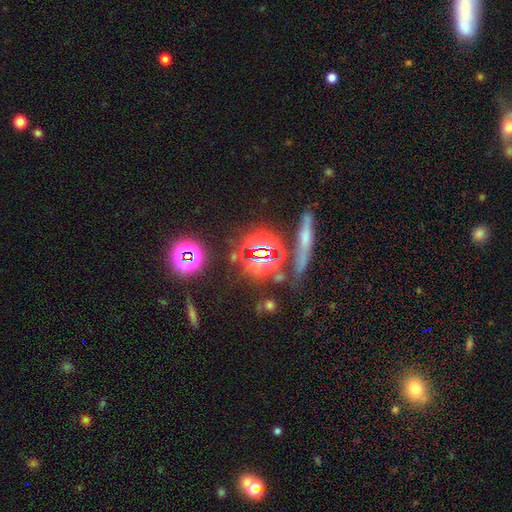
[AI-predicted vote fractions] The model was most divided on "smooth or featured": star or artifact: 67%, smooth: 22%, featured or disk: 11%.